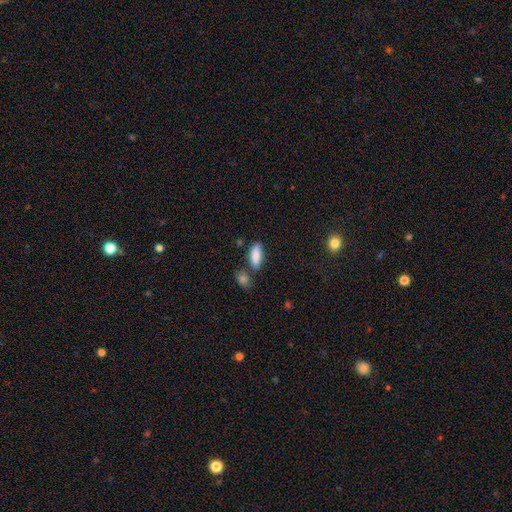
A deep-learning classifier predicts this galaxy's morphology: type=smooth (88%); roundness=in between (77%); merging=none (71%).